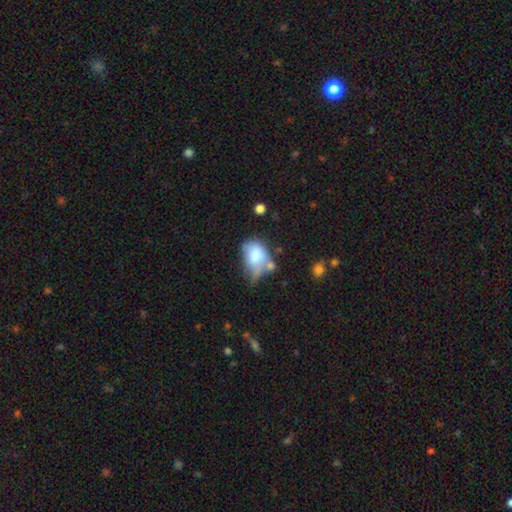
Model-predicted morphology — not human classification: Q: Smooth or featured?
A: smooth (72%); runner-up: featured or disk (19%)
Q: How rounded?
A: in between (77%); runner-up: round (21%)
Q: Merging?
A: minor disturbance (32%); runner-up: merger (24%)